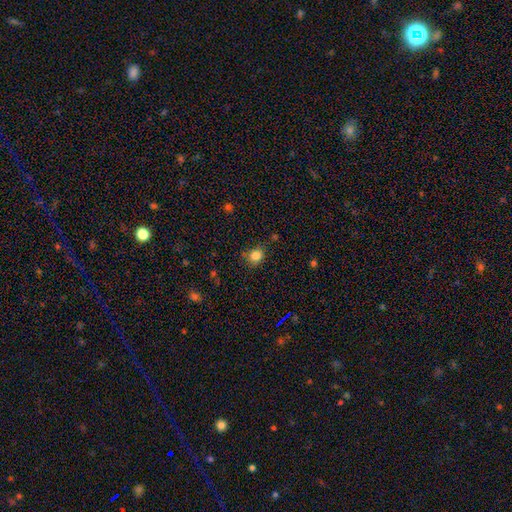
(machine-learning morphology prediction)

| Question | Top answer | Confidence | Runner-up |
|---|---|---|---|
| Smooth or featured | smooth | 82% | star or artifact (12%) |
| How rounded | round | 74% | in between (25%) |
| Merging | none | 76% | minor disturbance (17%) |